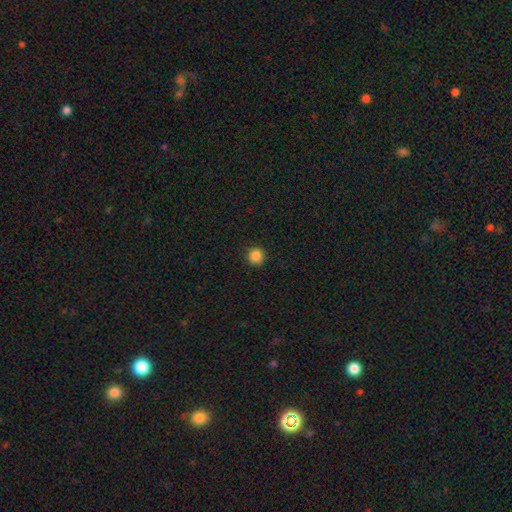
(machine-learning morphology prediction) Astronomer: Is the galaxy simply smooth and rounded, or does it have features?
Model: smooth — 86%.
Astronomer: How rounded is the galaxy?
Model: round — 94%.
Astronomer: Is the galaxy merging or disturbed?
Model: none — 91%.